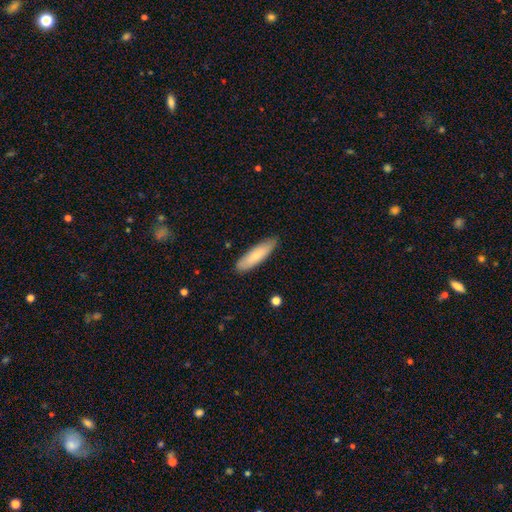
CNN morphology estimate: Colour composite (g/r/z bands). It shows a smooth galaxy with no disk features (76%) that is cigar-shaped (64%). Merging: none (85%).